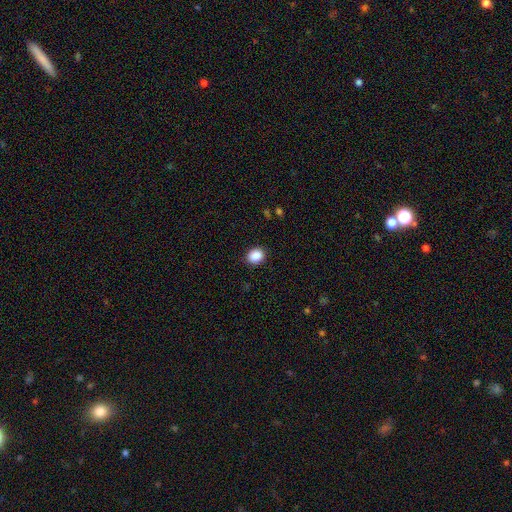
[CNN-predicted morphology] This appears to be a smooth galaxy with no disk features (88%) that is round (61%). Merging: none (90%).